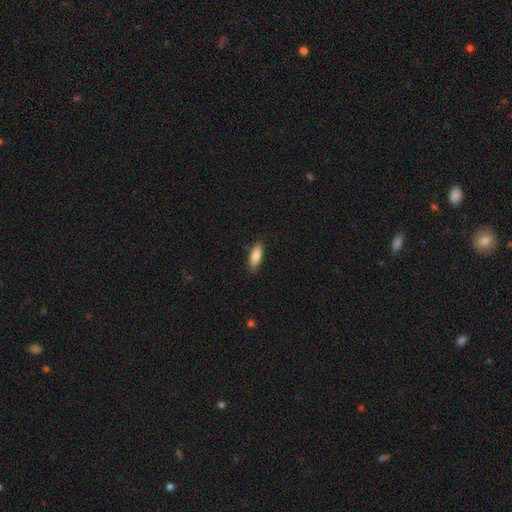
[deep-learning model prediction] This is clearly a smooth galaxy (83%). How rounded: likely in between (65%). Merging: clearly none (84%).